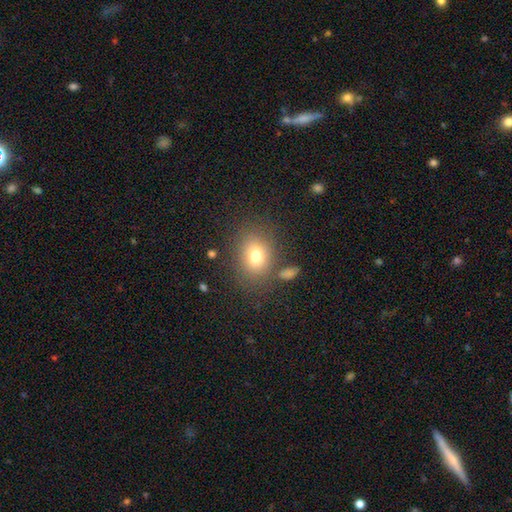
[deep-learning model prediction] Overall: smooth (75%). How rounded: round (50%; in between 49%). Merging: none (76%).